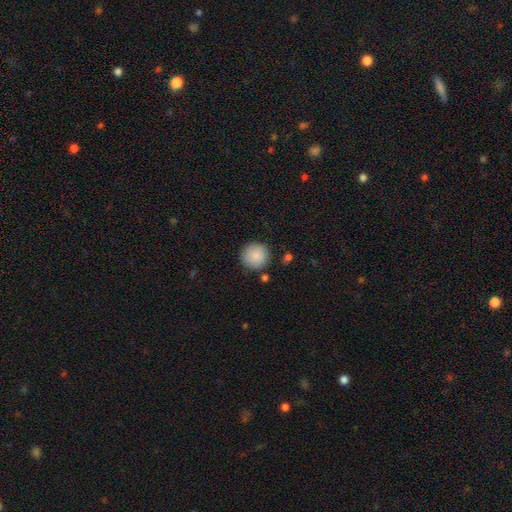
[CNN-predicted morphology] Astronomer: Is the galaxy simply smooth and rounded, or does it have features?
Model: smooth — 88%.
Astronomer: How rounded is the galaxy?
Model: round — 94%.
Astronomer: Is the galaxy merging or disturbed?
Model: none — 86%.